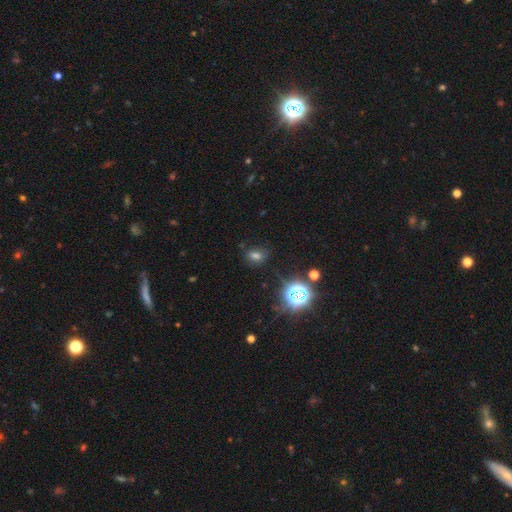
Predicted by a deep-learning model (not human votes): Smooth or featured?
  - smooth: 63% *
  - star or artifact: 28%
  - featured or disk: 9%
How rounded?
  - in between: 63% *
  - round: 35%
  - cigar-shaped: 2%
Merging?
  - none: 73% *
  - minor disturbance: 18%
  - major disturbance: 6%
  - merger: 3%